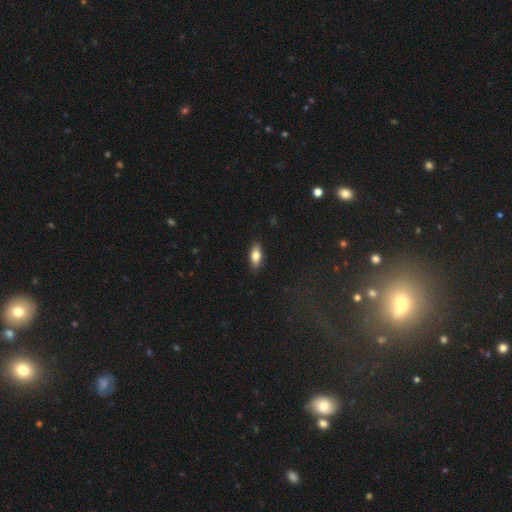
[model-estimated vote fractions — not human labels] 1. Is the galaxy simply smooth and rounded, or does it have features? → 76% smooth, 17% featured or disk, 7% star or artifact.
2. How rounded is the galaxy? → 81% in between, 16% cigar-shaped, 3% round.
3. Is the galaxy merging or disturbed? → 87% none, 10% minor disturbance, 2% major disturbance, 1% merger.